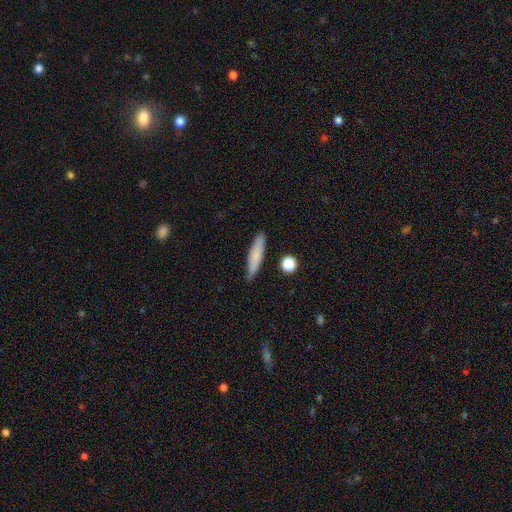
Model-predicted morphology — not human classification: type=smooth (76%); roundness=cigar-shaped (83%); merging=none (84%).